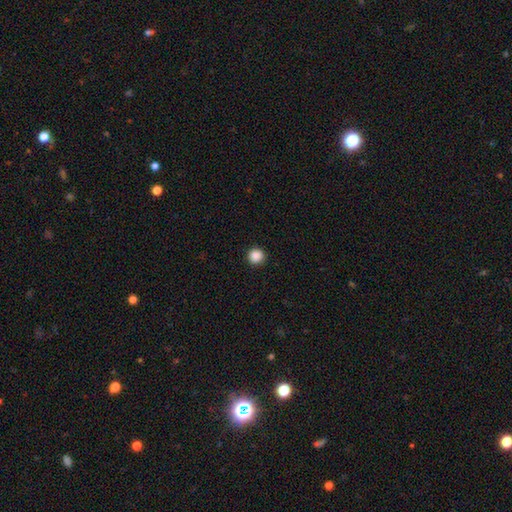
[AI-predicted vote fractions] smooth 88%, star or artifact 10%, featured or disk 2%. Down the decision tree: how rounded — round (95%); merging — none (92%).